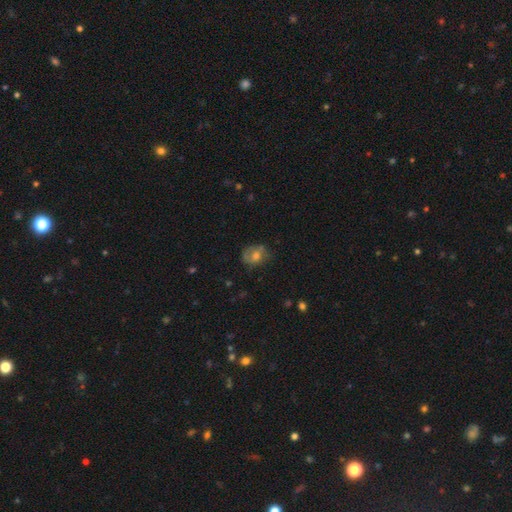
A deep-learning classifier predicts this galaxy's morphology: smooth 45%, featured or disk 42%, star or artifact 12%. Down the decision tree: merging — none (60%).